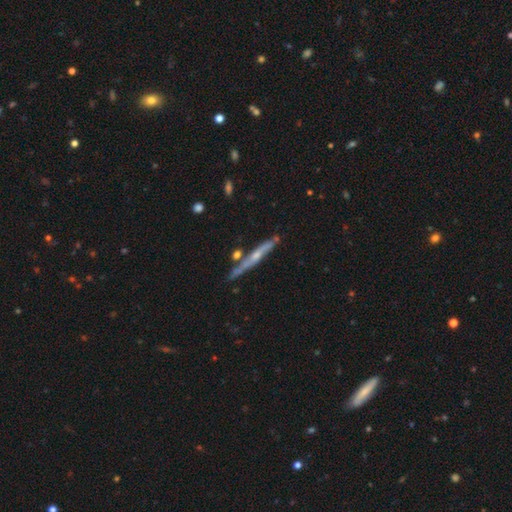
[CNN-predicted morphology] Smooth or featured? Predicted: featured or disk (p=0.68). Edge-on disk? Predicted: yes (p=0.93). Edge-on bulge? Predicted: rounded (p=0.62). Merging? Predicted: none (p=0.75).